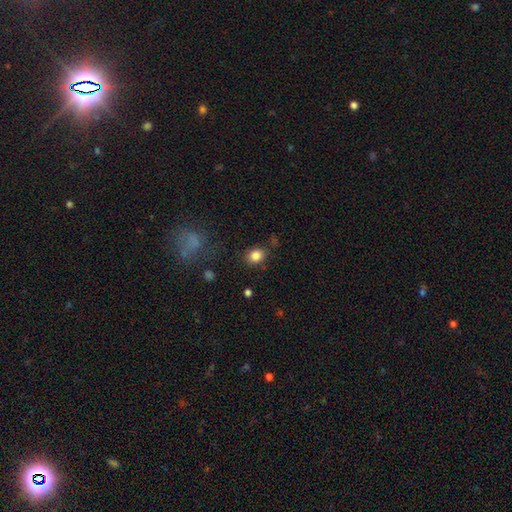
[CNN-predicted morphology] This is clearly a smooth galaxy (84%). How rounded: possibly round (53%). Merging: clearly none (80%).